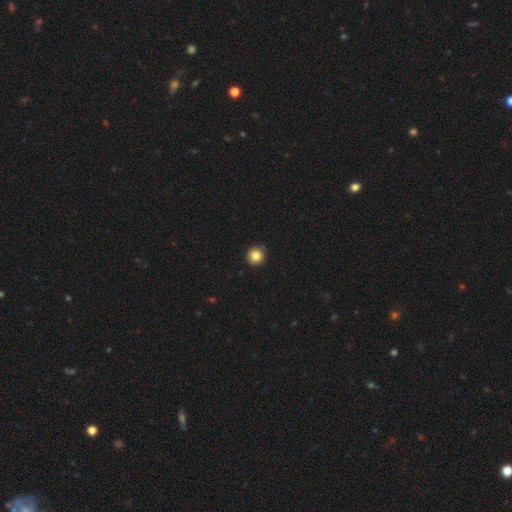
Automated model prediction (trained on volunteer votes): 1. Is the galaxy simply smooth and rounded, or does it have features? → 84% smooth, 11% star or artifact, 5% featured or disk.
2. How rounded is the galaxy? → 94% round, 5% in between, 1% cigar-shaped.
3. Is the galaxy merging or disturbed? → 89% none, 8% minor disturbance, 2% major disturbance, 1% merger.